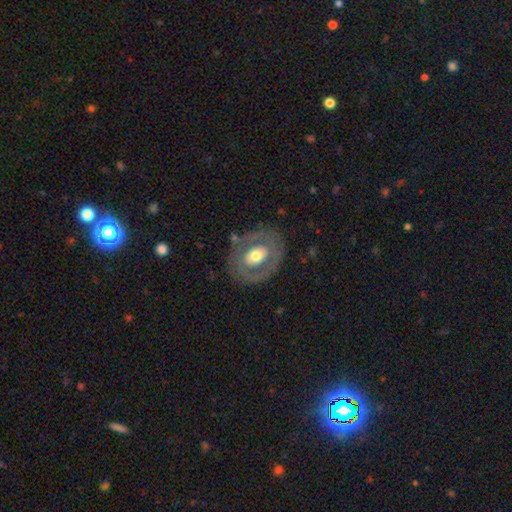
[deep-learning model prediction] Smooth or featured?
  - featured or disk: 58% *
  - smooth: 36%
  - star or artifact: 6%
Edge-on disk?
  - no: 94% *
  - yes: 6%
Bar?
  - no: 73% *
  - weak: 19%
  - strong: 8%
Spiral arms?
  - no: 72% *
  - yes: 28%
Bulge size?
  - moderate: 59% *
  - large: 27%
  - small: 10%
  - dominant: 2%
  - none: 1%
Merging?
  - none: 74% *
  - minor disturbance: 15%
  - major disturbance: 9%
  - merger: 2%